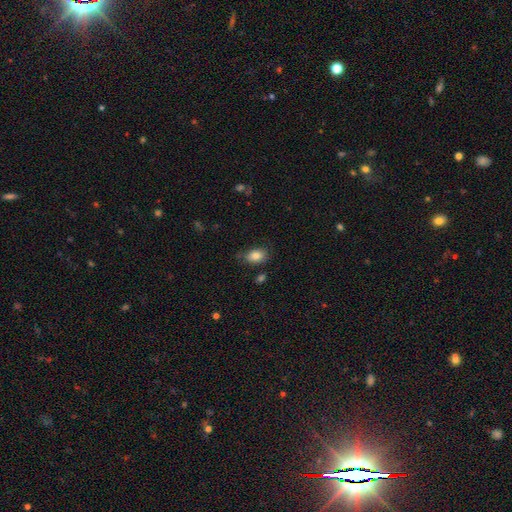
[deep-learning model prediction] Smooth or featured? smooth (83%)
How rounded? in between (86%)
Merging? none (75%)